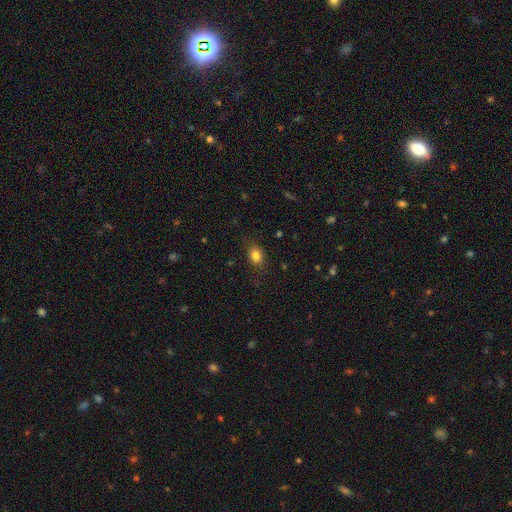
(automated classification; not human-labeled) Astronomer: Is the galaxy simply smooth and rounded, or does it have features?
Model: smooth — 81%.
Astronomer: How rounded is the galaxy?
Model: in between — 68%.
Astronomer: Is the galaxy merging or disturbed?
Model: none — 81%.